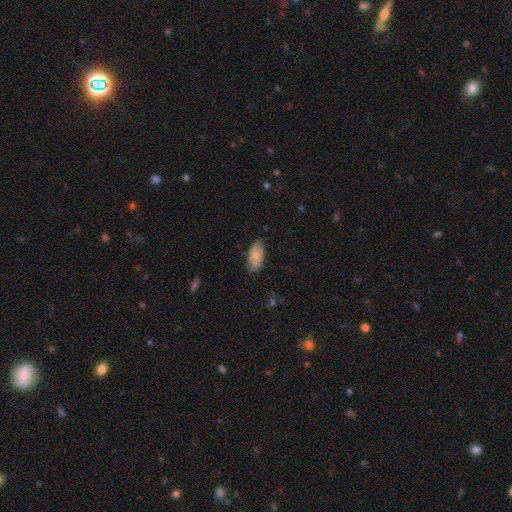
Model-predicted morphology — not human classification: Smooth or featured? smooth (81%)
How rounded? in between (90%)
Merging? none (80%)